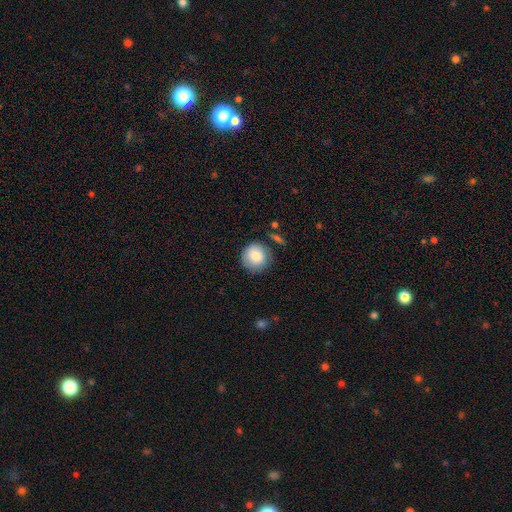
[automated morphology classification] Smooth or featured: smooth — 83% (featured or disk — 9%)
How rounded: round — 93% (in between — 6%)
Merging: none — 79% (minor disturbance — 14%)